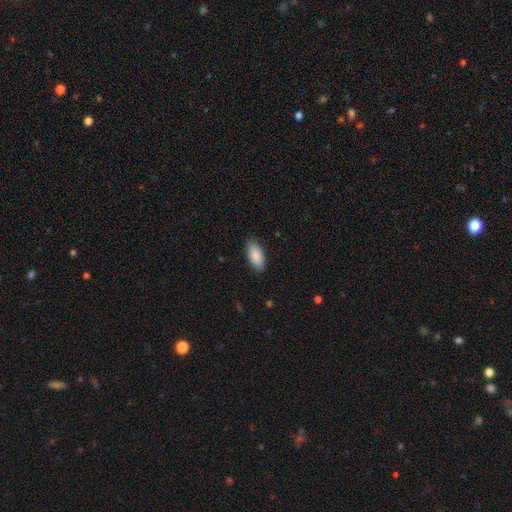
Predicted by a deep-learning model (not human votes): Smooth or featured? smooth (89%)
How rounded? in between (91%)
Merging? none (87%)